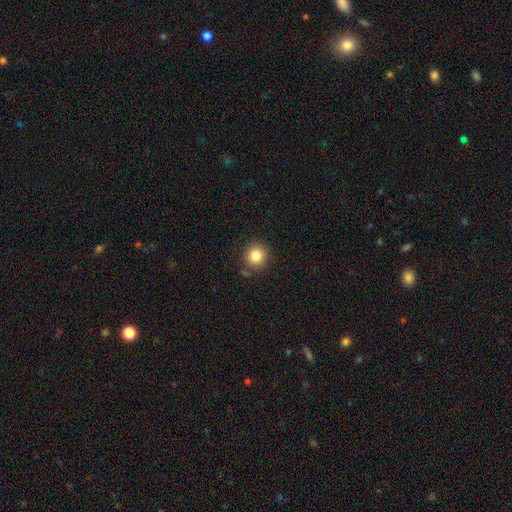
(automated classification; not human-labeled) Smooth or featured: smooth — 84% (star or artifact — 10%)
How rounded: round — 92% (in between — 7%)
Merging: none — 85% (minor disturbance — 9%)